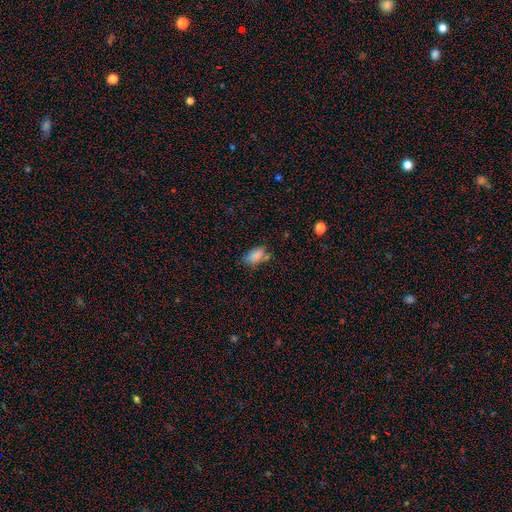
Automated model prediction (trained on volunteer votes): This is clearly a smooth galaxy (81%). How rounded: clearly in between (90%). Merging: possibly none (60%).